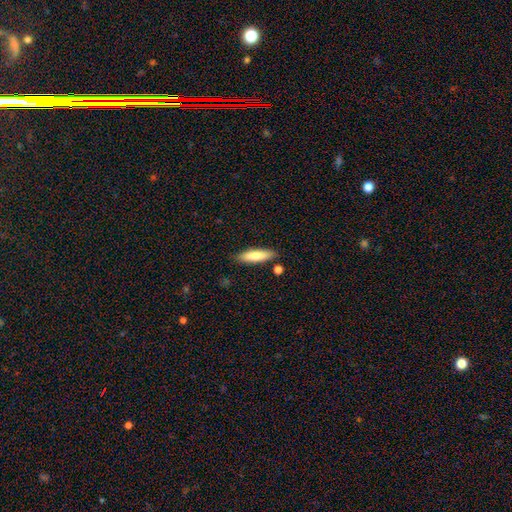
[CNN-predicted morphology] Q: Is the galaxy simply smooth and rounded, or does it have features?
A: smooth — 76%.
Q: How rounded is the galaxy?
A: cigar-shaped — 63%.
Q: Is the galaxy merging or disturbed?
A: none — 85%.